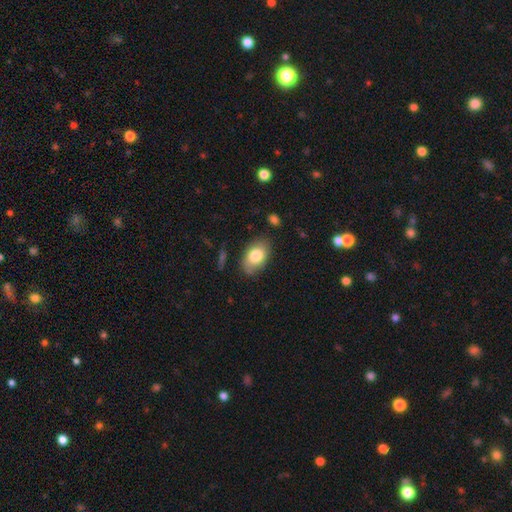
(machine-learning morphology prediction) smooth-or-featured: smooth: 80% | featured or disk: 13% | star or artifact: 7%
  how-rounded: in between: 88% | round: 10% | cigar-shaped: 1%
  merging: none: 78% | minor disturbance: 16% | major disturbance: 4% | merger: 2%